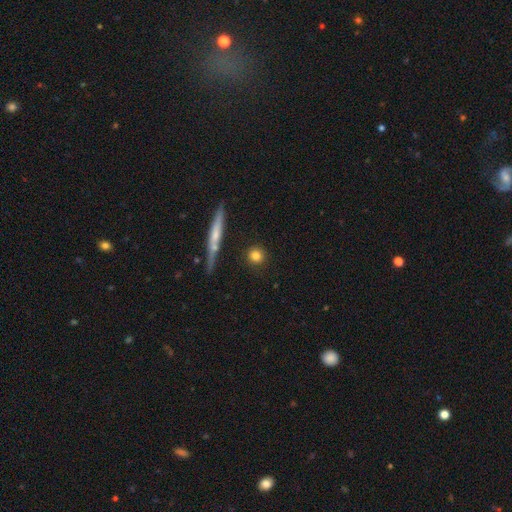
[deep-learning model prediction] smooth_or_featured: smooth (p=0.80) [alt: featured or disk p=0.11]
how_rounded: round (p=0.89) [alt: in between p=0.07]
merging: none (p=0.86) [alt: minor disturbance p=0.08]